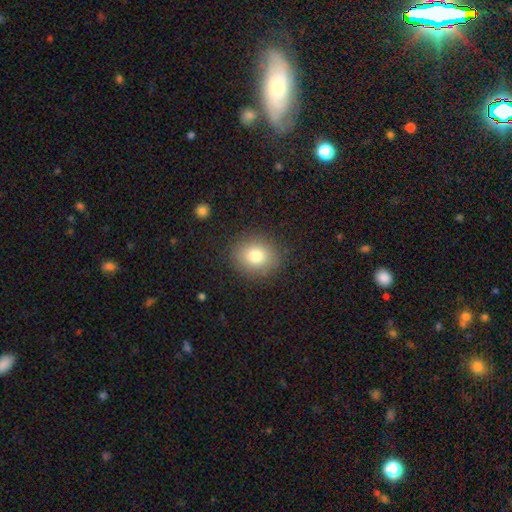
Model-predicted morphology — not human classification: A smooth galaxy with no disk features (79%) that is round (73%). Merging: none (87%).